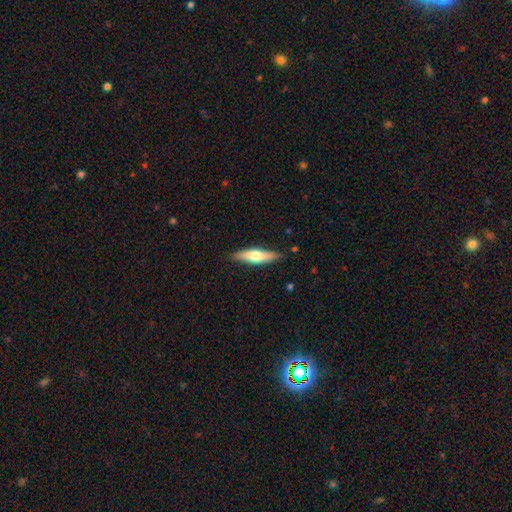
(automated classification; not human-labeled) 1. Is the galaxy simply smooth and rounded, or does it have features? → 56% smooth, 38% featured or disk, 5% star or artifact.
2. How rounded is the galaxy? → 70% cigar-shaped, 28% in between, 2% round.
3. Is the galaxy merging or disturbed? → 86% none, 11% minor disturbance, 2% major disturbance, 1% merger.